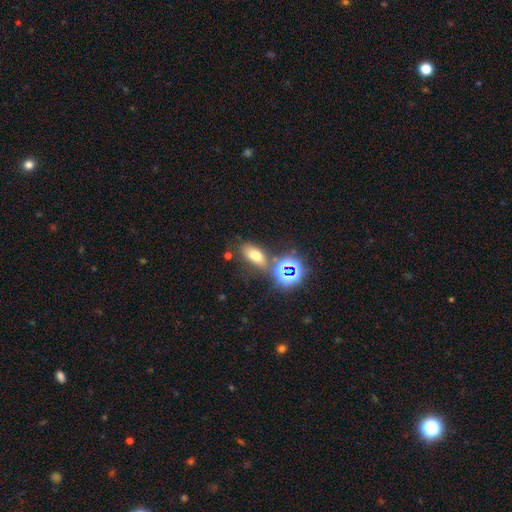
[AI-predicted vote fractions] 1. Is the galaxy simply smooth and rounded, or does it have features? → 61% smooth, 27% star or artifact, 13% featured or disk.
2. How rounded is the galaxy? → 74% in between, 15% round, 11% cigar-shaped.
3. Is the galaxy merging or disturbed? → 67% none, 14% merger, 13% minor disturbance, 6% major disturbance.